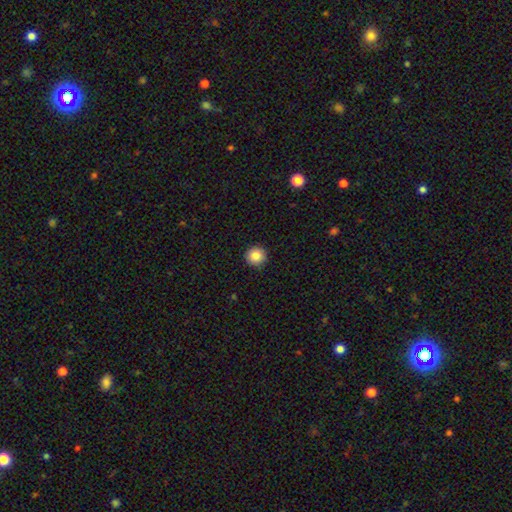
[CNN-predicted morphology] smooth_or_featured: smooth (p=0.85) [alt: star or artifact p=0.10]
how_rounded: round (p=0.95) [alt: in between p=0.04]
merging: none (p=0.92) [alt: minor disturbance p=0.06]